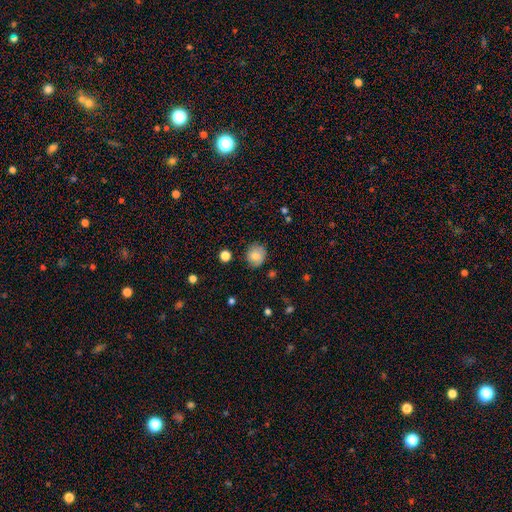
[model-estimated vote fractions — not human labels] Q: Smooth or featured?
A: smooth (77%); runner-up: featured or disk (14%)
Q: How rounded?
A: round (78%); runner-up: in between (21%)
Q: Merging?
A: none (76%); runner-up: minor disturbance (18%)